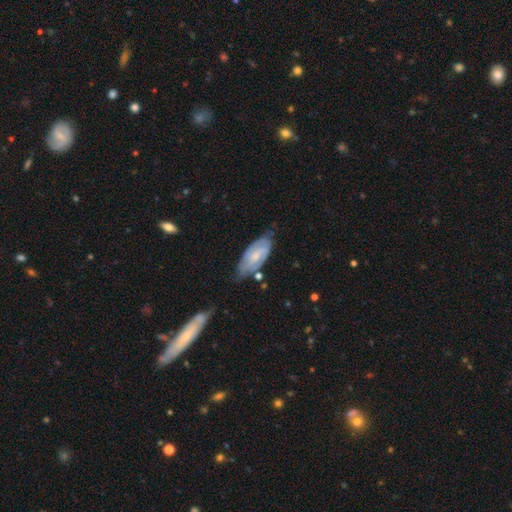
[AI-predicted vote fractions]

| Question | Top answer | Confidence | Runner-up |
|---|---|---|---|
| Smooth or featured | featured or disk | 68% | smooth (26%) |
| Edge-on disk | no | 92% | yes (8%) |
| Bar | weak | 46% | no (43%) |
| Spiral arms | yes | 87% | no (13%) |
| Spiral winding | tight | 55% | medium (36%) |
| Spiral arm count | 2 | 62% | can't tell (26%) |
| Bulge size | small | 53% | moderate (37%) |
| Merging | none | 60% | minor disturbance (28%) |